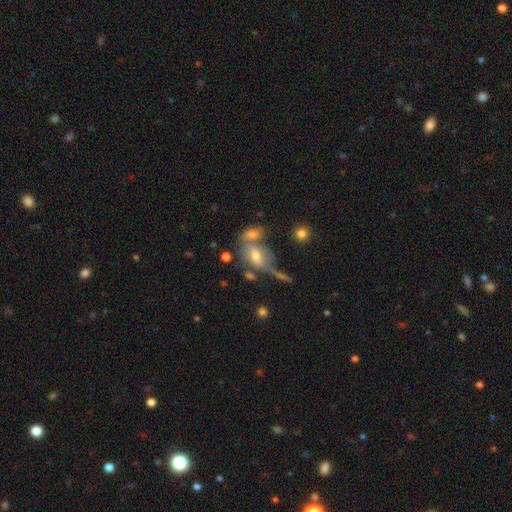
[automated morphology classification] Overall: smooth (45%; featured or disk 43%). Merging: merger (41%; none 31%).